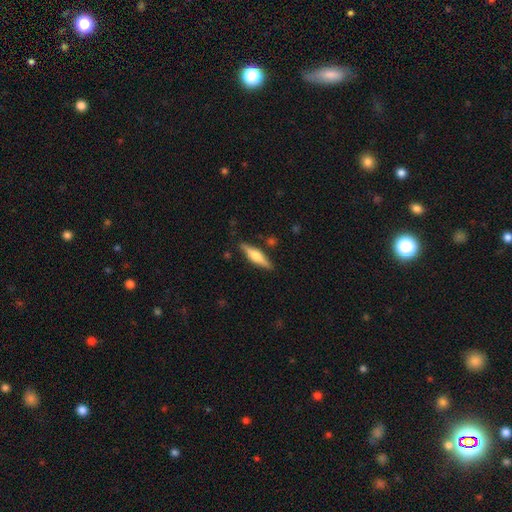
Overall: smooth (50%; featured or disk 44%). How rounded: cigar-shaped (56%; in between 44%). Merging: none (79%).